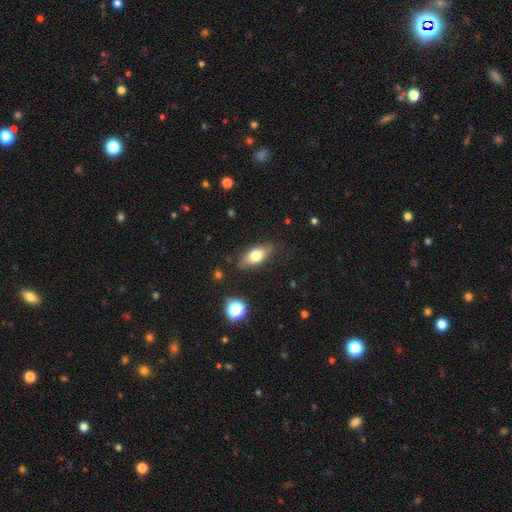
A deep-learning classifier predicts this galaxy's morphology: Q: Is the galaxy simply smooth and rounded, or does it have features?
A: smooth — 70%.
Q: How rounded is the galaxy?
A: in between — 80%.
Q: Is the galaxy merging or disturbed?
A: none — 82%.